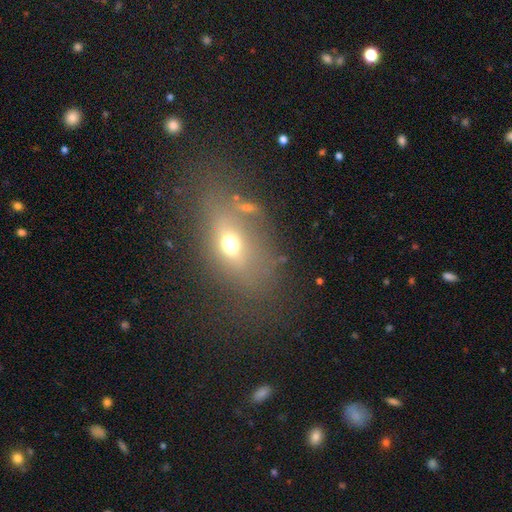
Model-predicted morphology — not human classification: smooth 54%, star or artifact 24%, featured or disk 22%. Down the decision tree: how rounded — in between (73%); merging — none (66%).